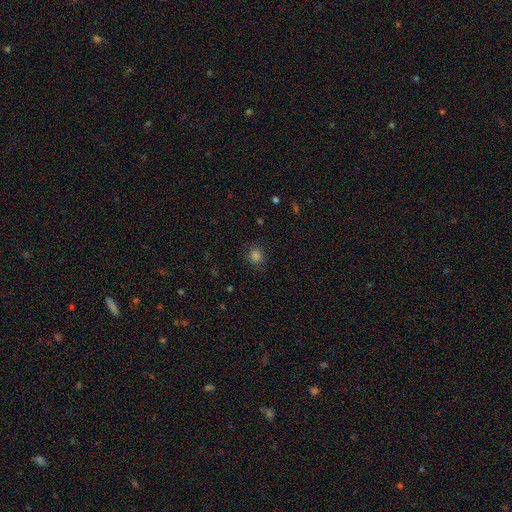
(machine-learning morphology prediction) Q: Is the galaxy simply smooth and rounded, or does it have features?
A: smooth — 80%.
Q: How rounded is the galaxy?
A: round — 85%.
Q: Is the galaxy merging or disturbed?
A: none — 85%.